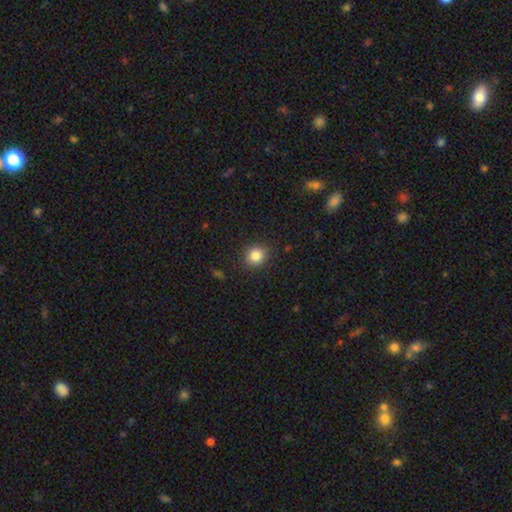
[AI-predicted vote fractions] smooth-or-featured: smooth: 84% | star or artifact: 11% | featured or disk: 5%
  how-rounded: round: 81% | in between: 18% | cigar-shaped: 1%
  merging: none: 89% | minor disturbance: 8% | major disturbance: 2% | merger: 1%